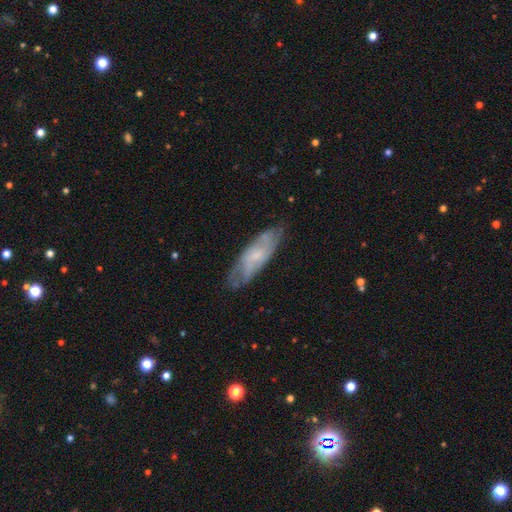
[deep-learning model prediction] Morphology: type=featured or disk (59%); edge-on=no (76%); merging=none (70%).